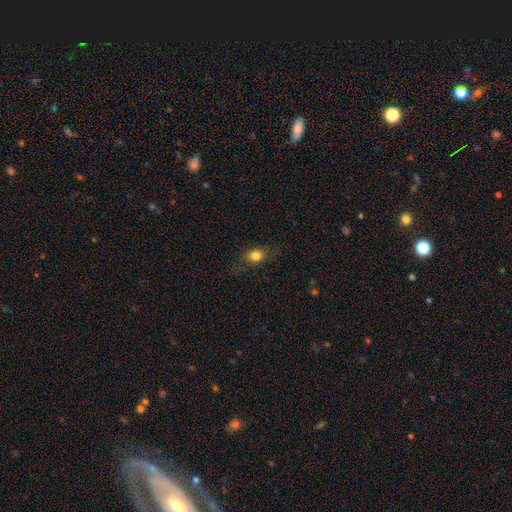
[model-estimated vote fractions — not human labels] Smooth or featured? Predicted: smooth (p=0.79). How rounded? Predicted: in between (p=0.53). Merging? Predicted: none (p=0.76).